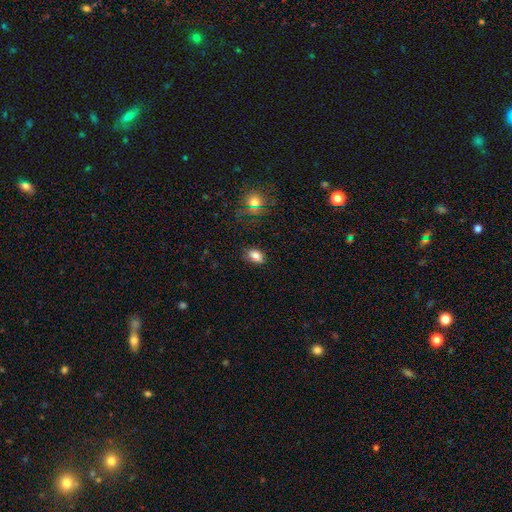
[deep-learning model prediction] Smooth or featured? Predicted: smooth (p=0.84). How rounded? Predicted: in between (p=0.88). Merging? Predicted: none (p=0.80).